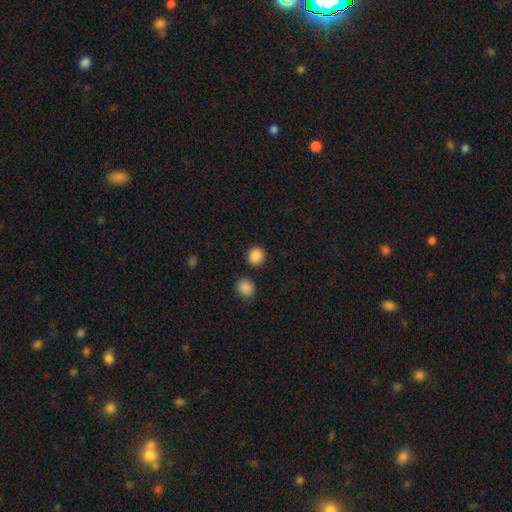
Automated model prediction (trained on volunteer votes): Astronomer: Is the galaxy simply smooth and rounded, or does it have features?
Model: smooth — 87%.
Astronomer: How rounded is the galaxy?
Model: round — 84%.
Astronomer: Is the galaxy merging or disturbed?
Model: none — 87%.